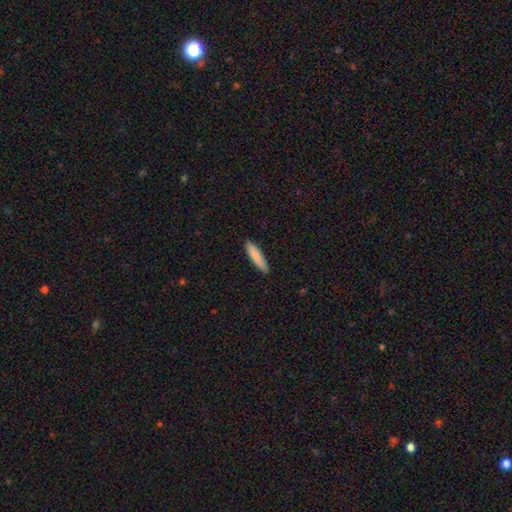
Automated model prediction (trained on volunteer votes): The model was most divided on "how rounded": cigar-shaped: 84%, in between: 15%, round: 1%. More confident: merging — none (89%); smooth or featured — smooth (86%).